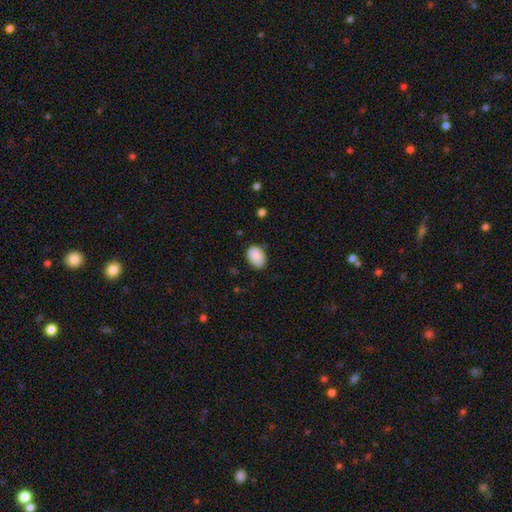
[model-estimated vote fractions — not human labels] smooth 90%, star or artifact 7%, featured or disk 4%. Down the decision tree: how rounded — in between (83%); merging — none (78%).